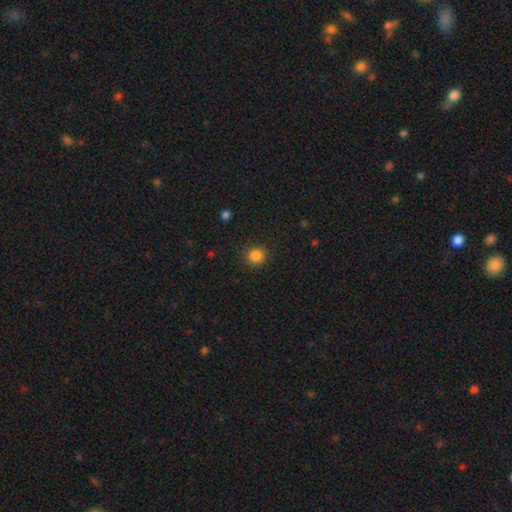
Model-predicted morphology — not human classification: smooth-or-featured: smooth: 85% | star or artifact: 11% | featured or disk: 4%
  how-rounded: round: 90% | in between: 9% | cigar-shaped: 1%
  merging: none: 90% | minor disturbance: 7% | major disturbance: 2% | merger: 1%